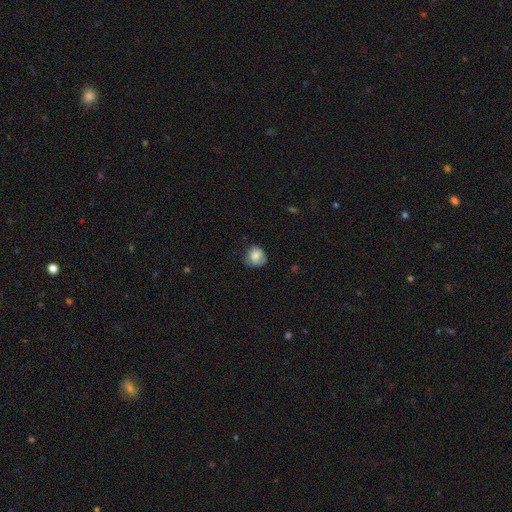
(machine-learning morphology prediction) A smooth galaxy with no disk features (74%) that is round (76%).

Vote fractions:
- Smooth or featured? smooth: 74% / featured or disk: 18% / star or artifact: 8%
- How rounded? round: 76% / in between: 23% / cigar-shaped: 1%
- Merging? none: 60% / minor disturbance: 29% / major disturbance: 9% / merger: 2%